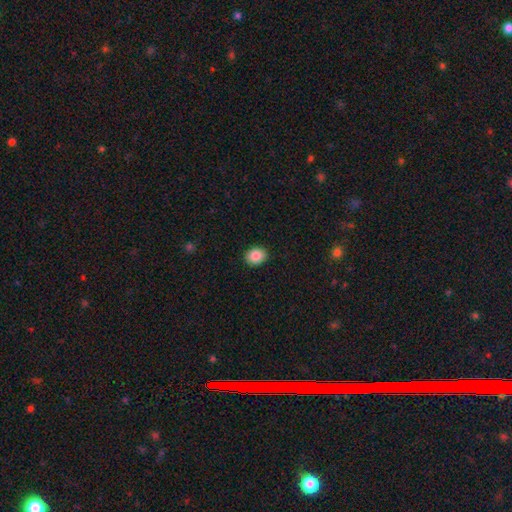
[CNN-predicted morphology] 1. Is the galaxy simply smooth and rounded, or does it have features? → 87% smooth, 9% star or artifact, 5% featured or disk.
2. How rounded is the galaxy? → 53% round, 46% in between, 1% cigar-shaped.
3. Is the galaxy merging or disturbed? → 90% none, 7% minor disturbance, 2% major disturbance, 1% merger.